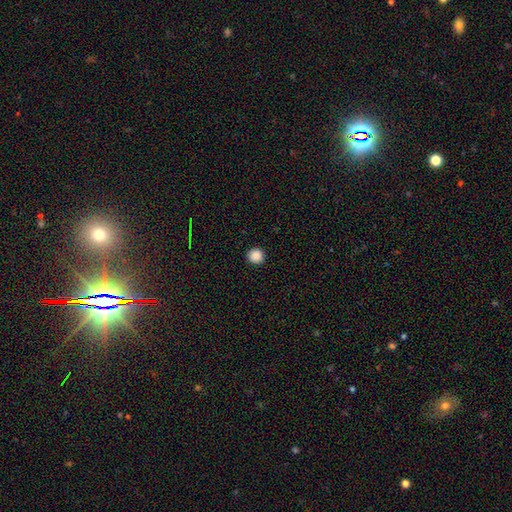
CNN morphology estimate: A smooth galaxy with no disk features (88%) that is round (94%). Merging: none (93%).